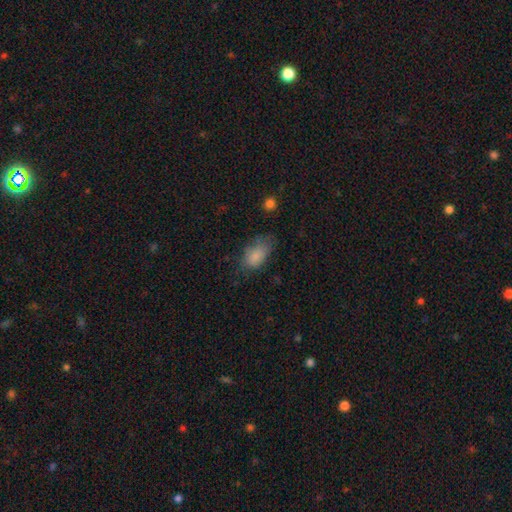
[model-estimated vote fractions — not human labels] A smooth galaxy with no disk features (82%) that is in between round and cigar-shaped (90%). Merging: none (52%).